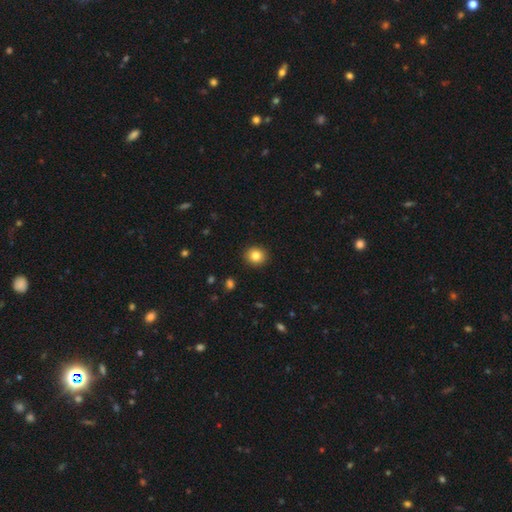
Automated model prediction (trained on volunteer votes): A smooth galaxy with no disk features (84%) that is round (84%).

Vote fractions:
- Smooth or featured? smooth: 84% / star or artifact: 10% / featured or disk: 6%
- How rounded? round: 84% / in between: 15% / cigar-shaped: 1%
- Merging? none: 92% / minor disturbance: 5% / major disturbance: 2% / merger: 1%